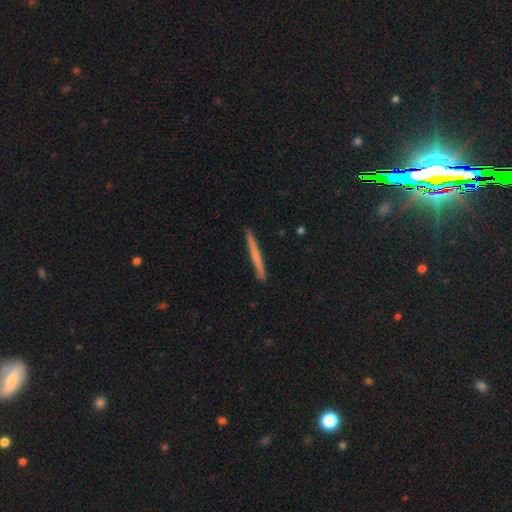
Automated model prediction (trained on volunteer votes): Smooth or featured: smooth — 58% (featured or disk — 37%)
How rounded: cigar-shaped — 97% (in between — 2%)
Merging: none — 92% (minor disturbance — 6%)